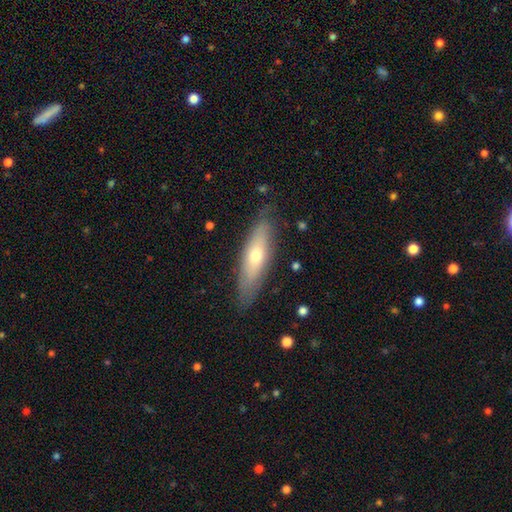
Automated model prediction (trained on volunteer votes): A smooth galaxy with no disk features (51%) that is cigar-shaped (62%).

Vote fractions:
- Smooth or featured? smooth: 51% / featured or disk: 42% / star or artifact: 7%
- How rounded? cigar-shaped: 62% / in between: 36% / round: 2%
- Merging? none: 82% / minor disturbance: 14% / major disturbance: 3% / merger: 1%